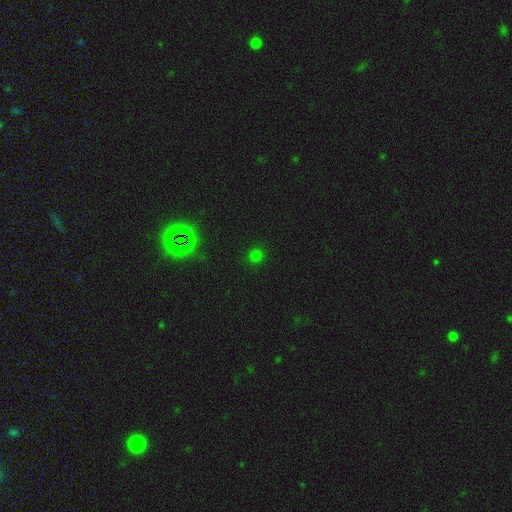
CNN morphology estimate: smooth_or_featured: smooth (p=0.67) [alt: star or artifact p=0.28]
how_rounded: round (p=0.92) [alt: in between p=0.07]
merging: none (p=0.90) [alt: minor disturbance p=0.06]